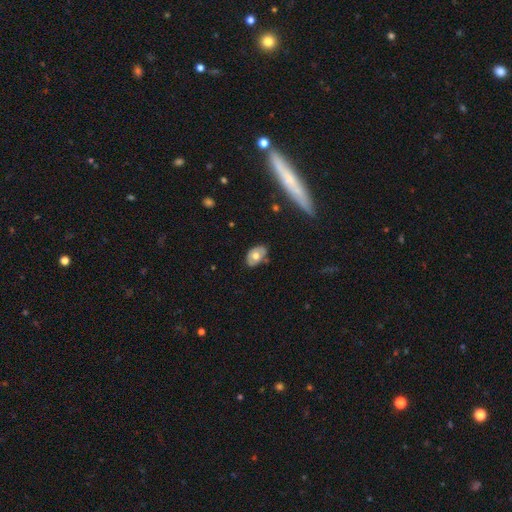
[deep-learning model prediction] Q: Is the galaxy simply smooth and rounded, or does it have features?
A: smooth — 59%.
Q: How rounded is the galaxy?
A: in between — 87%.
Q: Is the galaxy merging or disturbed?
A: none — 69%.